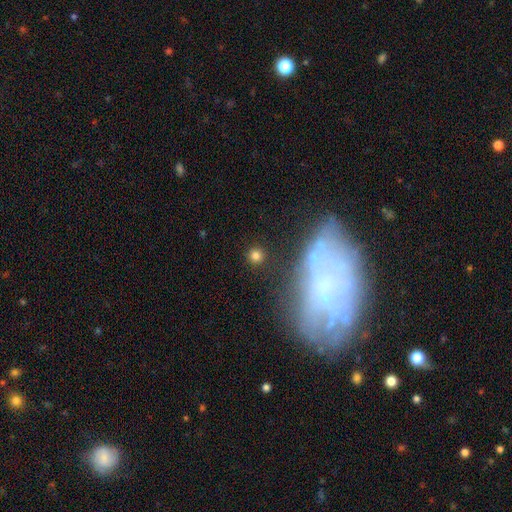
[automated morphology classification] This is likely a smooth galaxy (78%). How rounded: clearly round (93%). Merging: clearly none (88%).